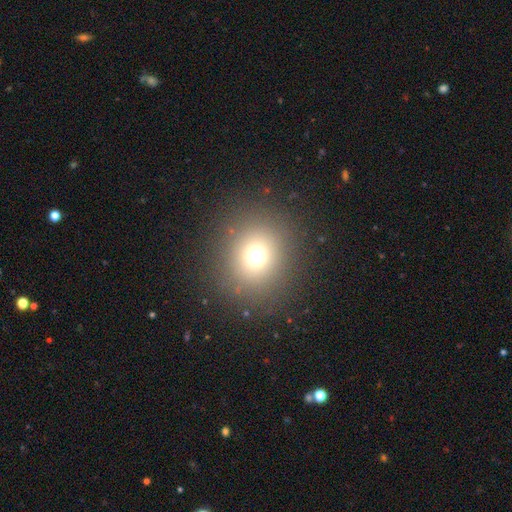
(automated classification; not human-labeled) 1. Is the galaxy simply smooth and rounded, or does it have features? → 69% smooth, 22% star or artifact, 9% featured or disk.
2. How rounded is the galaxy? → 82% round, 17% in between, 1% cigar-shaped.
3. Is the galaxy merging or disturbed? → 87% none, 7% minor disturbance, 5% major disturbance, 2% merger.